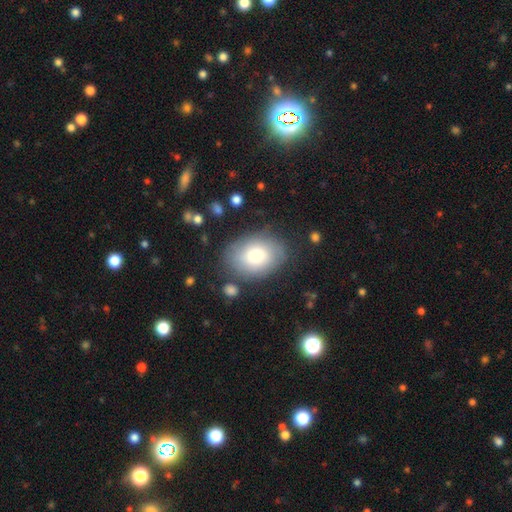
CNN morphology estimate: smooth-or-featured: smooth: 74% | featured or disk: 18% | star or artifact: 8%
  how-rounded: in between: 78% | round: 21% | cigar-shaped: 1%
  merging: none: 78% | minor disturbance: 14% | major disturbance: 5% | merger: 3%